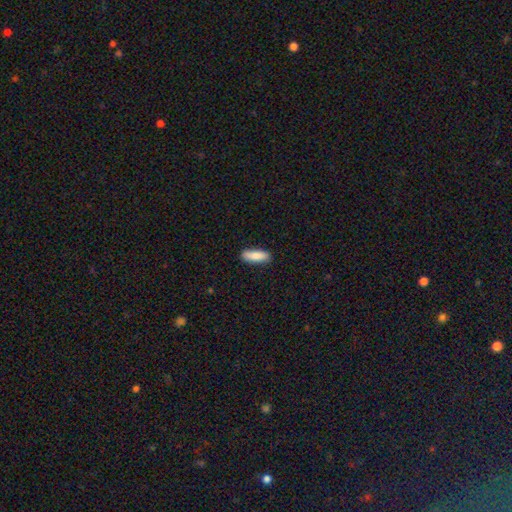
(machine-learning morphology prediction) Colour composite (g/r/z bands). It shows a smooth galaxy with no disk features (85%) that is in between round and cigar-shaped (51%). Merging: none (89%).